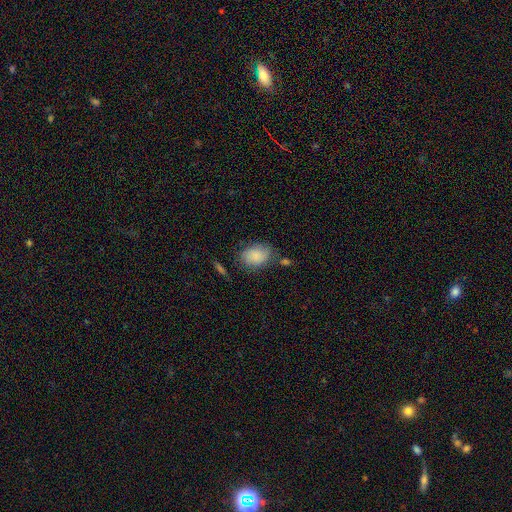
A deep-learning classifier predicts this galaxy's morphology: A smooth galaxy with no disk features (84%) that is in between round and cigar-shaped (78%). Merging: none (67%).